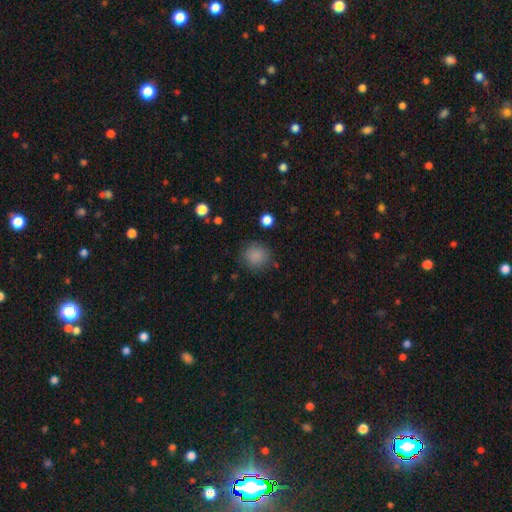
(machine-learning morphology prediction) smooth_or_featured: smooth (p=0.85) [alt: star or artifact p=0.11]
how_rounded: round (p=0.89) [alt: in between p=0.10]
merging: none (p=0.83) [alt: minor disturbance p=0.11]